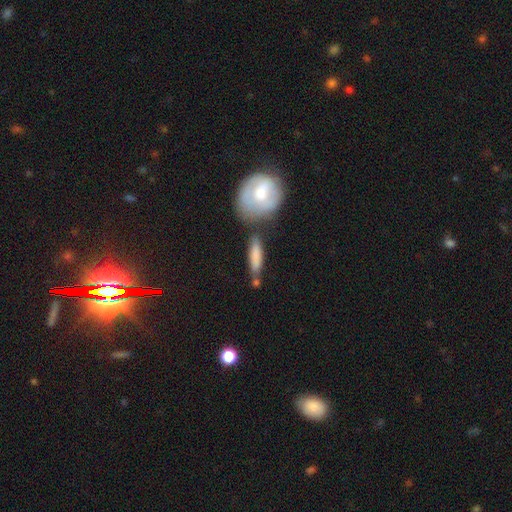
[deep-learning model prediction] Morphology: type=smooth (77%); roundness=cigar-shaped (69%); merging=none (60%).